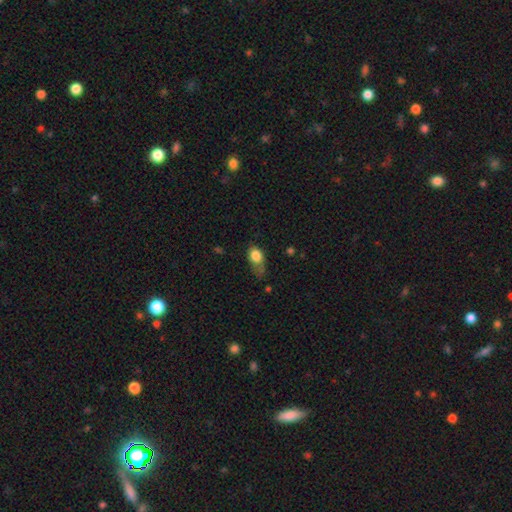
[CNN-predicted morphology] A smooth galaxy with no disk features (81%) that is in between round and cigar-shaped (69%). Merging: minor disturbance (37%).